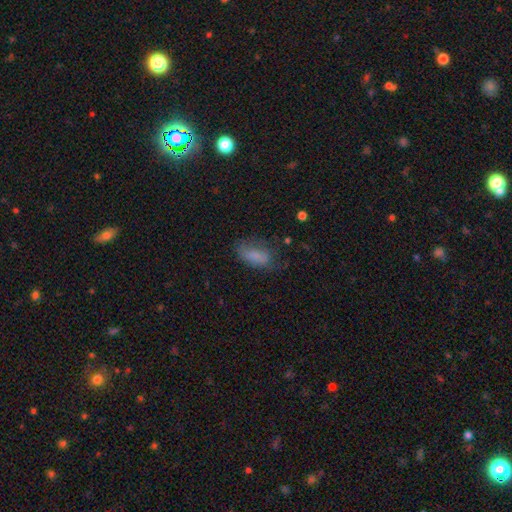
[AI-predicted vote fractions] Q: Smooth or featured?
A: smooth (76%); runner-up: featured or disk (14%)
Q: How rounded?
A: in between (87%); runner-up: cigar-shaped (8%)
Q: Merging?
A: none (49%); runner-up: minor disturbance (30%)